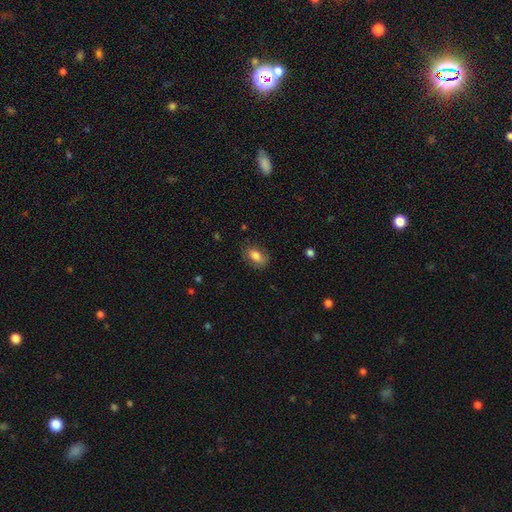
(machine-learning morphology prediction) Smooth or featured?
  - smooth: 79% *
  - featured or disk: 14%
  - star or artifact: 8%
How rounded?
  - in between: 86% *
  - round: 12%
  - cigar-shaped: 2%
Merging?
  - none: 76% *
  - minor disturbance: 18%
  - major disturbance: 5%
  - merger: 1%